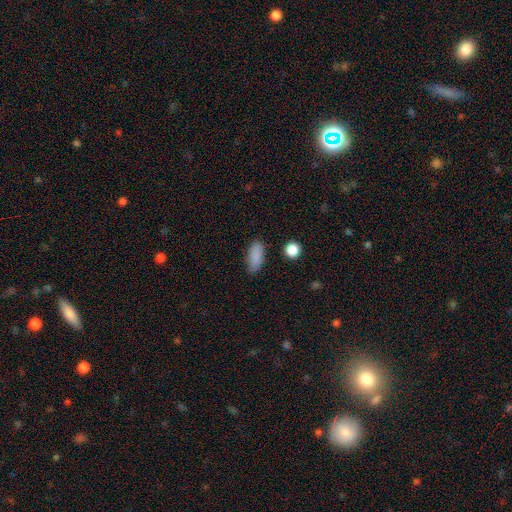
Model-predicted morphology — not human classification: This is clearly a smooth galaxy (86%). How rounded: clearly in between (83%). Merging: likely none (79%).